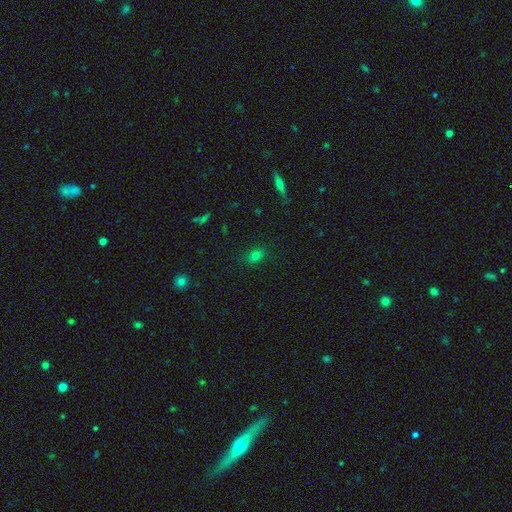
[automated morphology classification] smooth 75%, star or artifact 18%, featured or disk 7%. Down the decision tree: how rounded — in between (73%); merging — none (84%).